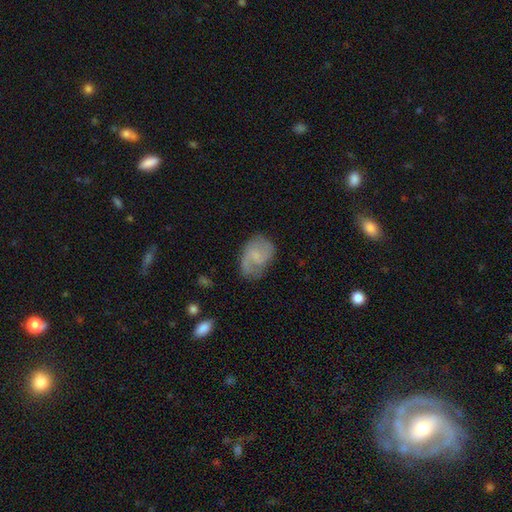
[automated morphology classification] The model was most divided on "bulge size": small: 41%, none: 38%, moderate: 18%, large: 2%, dominant: 1%. Remaining: edge-on disk — no (97%); spiral arms — yes (89%); spiral arm count — 2 (76%); smooth or featured — featured or disk (62%); merging — none (62%); bar — weak (49%); spiral winding — medium (44%).